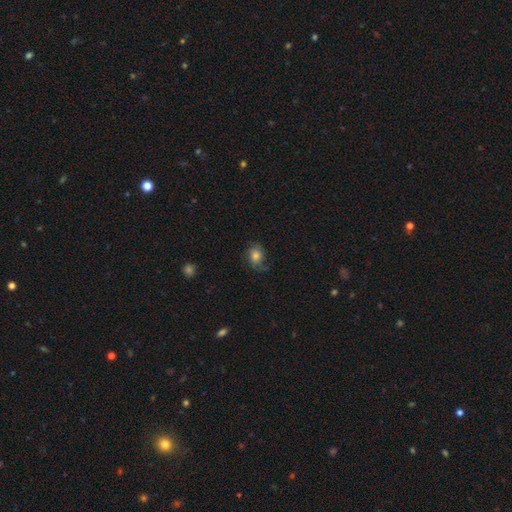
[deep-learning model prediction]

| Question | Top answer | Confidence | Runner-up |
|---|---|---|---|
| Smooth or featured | smooth | 63% | featured or disk (26%) |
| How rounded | in between | 53% | round (46%) |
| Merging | none | 61% | minor disturbance (25%) |